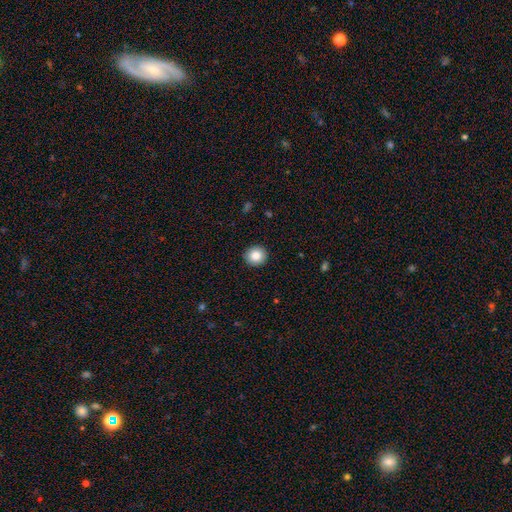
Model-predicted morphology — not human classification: smooth-or-featured: smooth: 85% | star or artifact: 9% | featured or disk: 6%
  how-rounded: round: 90% | in between: 9% | cigar-shaped: 1%
  merging: none: 92% | minor disturbance: 6% | major disturbance: 2% | merger: 1%